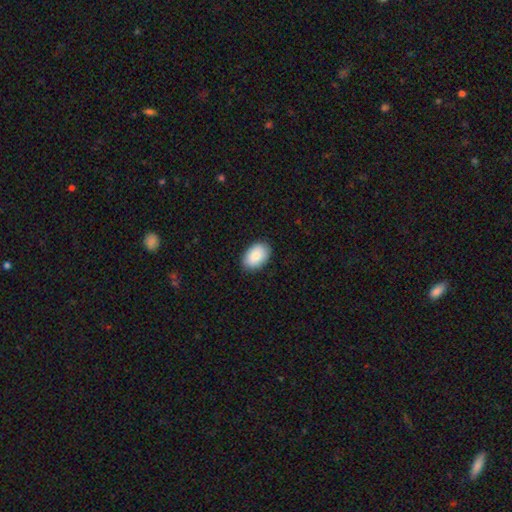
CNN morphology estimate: This appears to be a smooth galaxy with no disk features (85%) that is in between round and cigar-shaped (90%). Merging: none (88%).